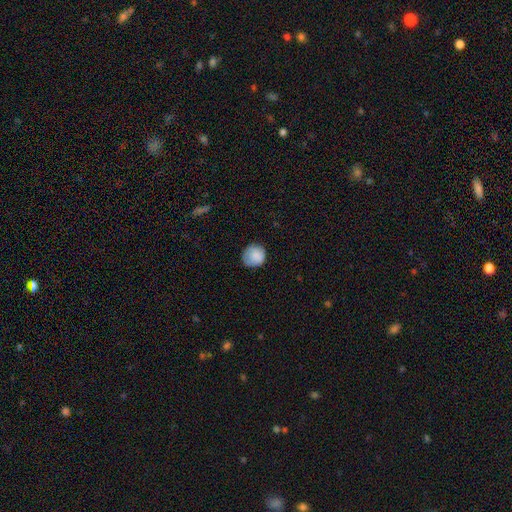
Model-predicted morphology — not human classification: smooth 85%, featured or disk 8%, star or artifact 7%. Down the decision tree: how rounded — round (88%); merging — none (77%).